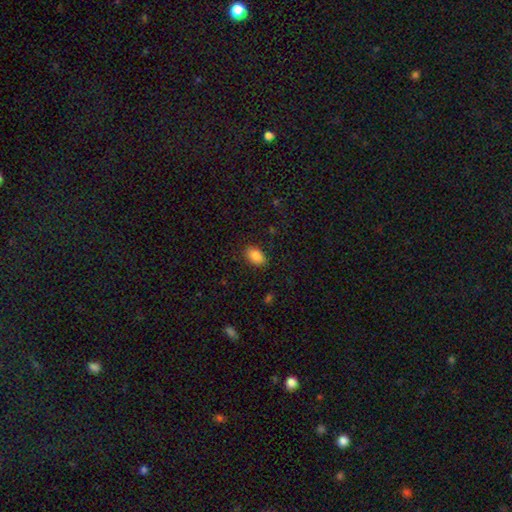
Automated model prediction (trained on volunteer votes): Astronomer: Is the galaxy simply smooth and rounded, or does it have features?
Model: smooth — 88%.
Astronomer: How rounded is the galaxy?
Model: in between — 89%.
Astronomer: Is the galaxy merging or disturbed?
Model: none — 87%.